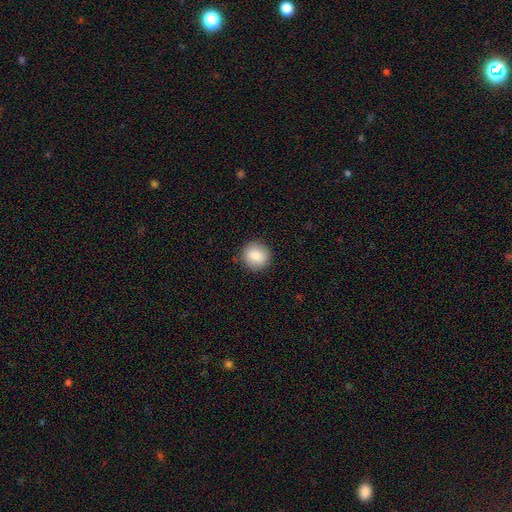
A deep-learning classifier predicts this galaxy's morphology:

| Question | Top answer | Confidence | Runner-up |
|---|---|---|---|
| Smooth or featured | smooth | 86% | star or artifact (8%) |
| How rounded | round | 90% | in between (9%) |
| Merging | none | 90% | minor disturbance (7%) |